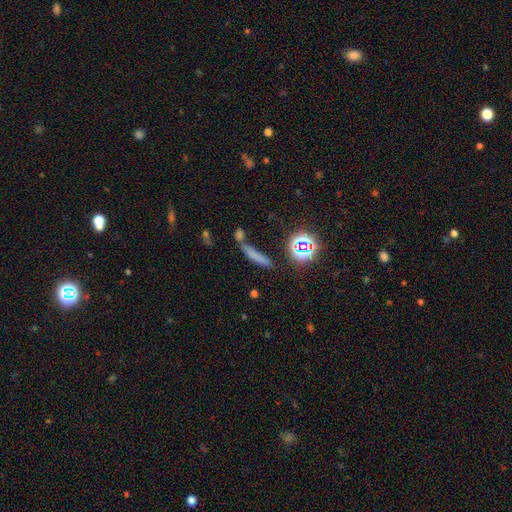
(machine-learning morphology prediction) Smooth or featured?
  - smooth: 62% *
  - star or artifact: 23%
  - featured or disk: 15%
How rounded?
  - cigar-shaped: 83% *
  - in between: 11%
  - round: 5%
Merging?
  - none: 64% *
  - merger: 18%
  - minor disturbance: 13%
  - major disturbance: 5%